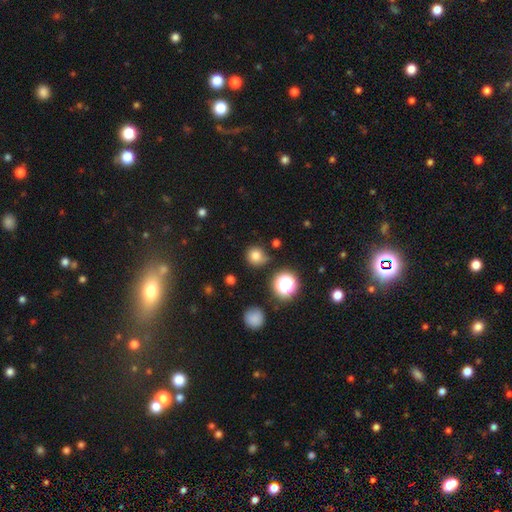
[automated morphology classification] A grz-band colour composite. It shows a smooth galaxy with no disk features (76%) that is round (90%). Merging: none (72%).